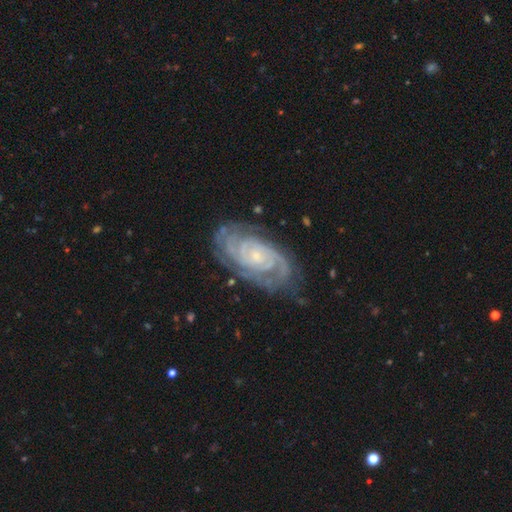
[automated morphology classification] This is clearly a featured or disk galaxy (90%). It is clearly not viewed edge-on (96%). Bar: likely no (71%). Spiral arm pattern: clearly yes (98%). Spiral arm count: possibly 2 (46%). Spiral winding: likely tight (77%). Central bulge: likely small (78%). Merging: likely none (76%).